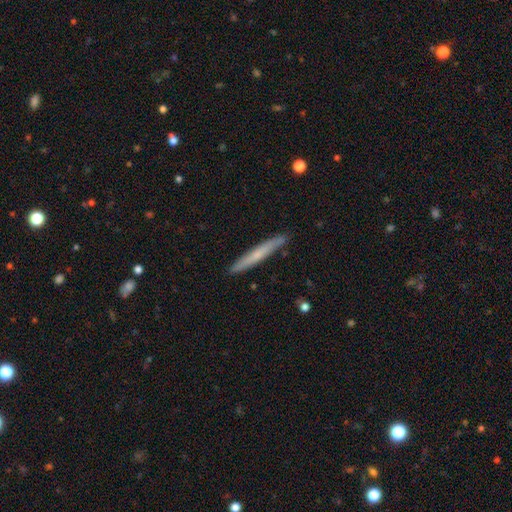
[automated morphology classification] Smooth or featured? Predicted: smooth (p=0.56). How rounded? Predicted: cigar-shaped (p=0.96). Merging? Predicted: none (p=0.89).